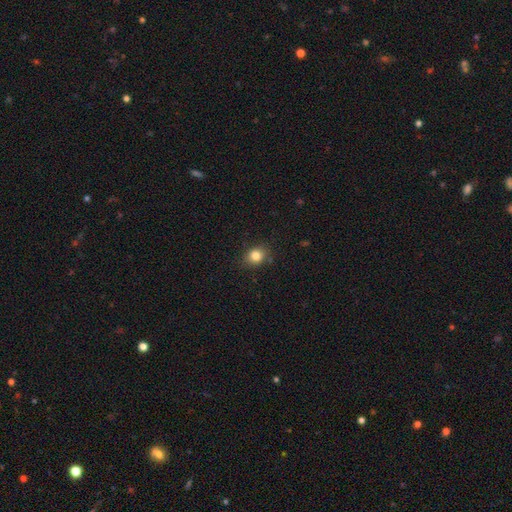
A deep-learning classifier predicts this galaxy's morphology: The model was most divided on "how rounded": round: 60%, in between: 39%, cigar-shaped: 1%. More confident: smooth or featured — smooth (83%); merging — none (83%).